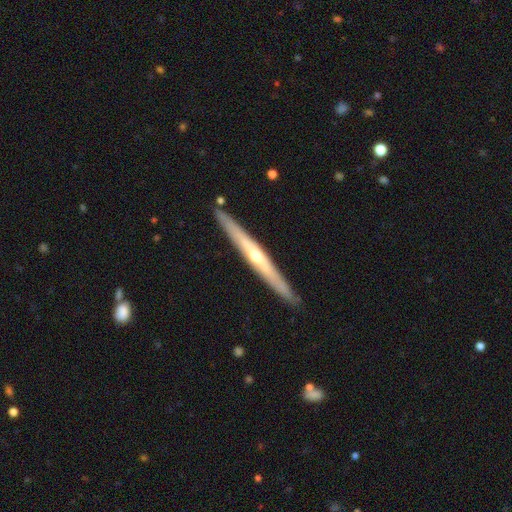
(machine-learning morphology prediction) A featured or disk galaxy (74%) viewed edge-on (96%) with a rounded central bulge (75%). Merging: none (91%).